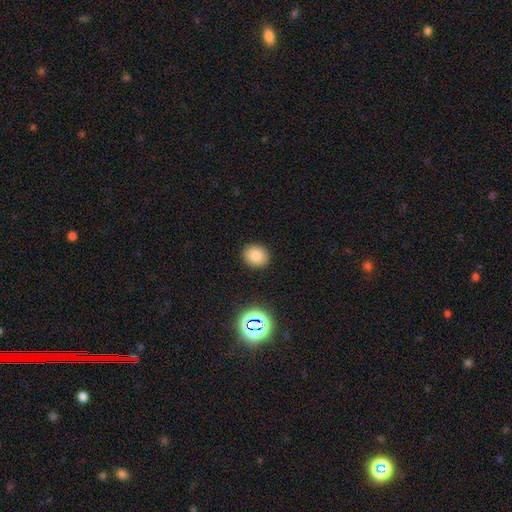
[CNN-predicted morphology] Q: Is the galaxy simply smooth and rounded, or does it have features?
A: smooth — 81%.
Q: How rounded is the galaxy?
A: round — 64%.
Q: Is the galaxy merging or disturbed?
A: none — 89%.